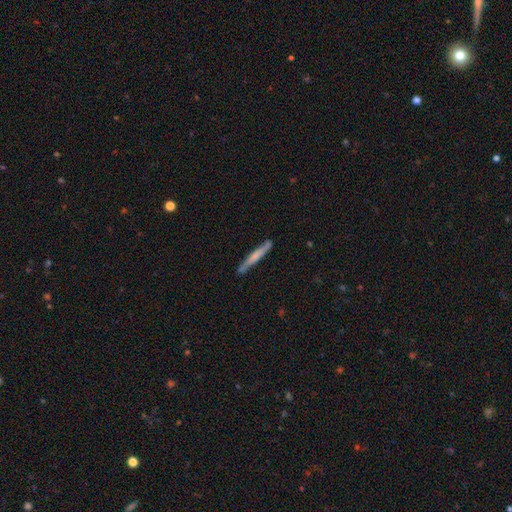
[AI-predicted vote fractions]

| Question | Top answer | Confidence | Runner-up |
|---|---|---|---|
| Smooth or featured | smooth | 54% | featured or disk (41%) |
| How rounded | cigar-shaped | 96% | in between (3%) |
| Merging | none | 84% | minor disturbance (12%) |